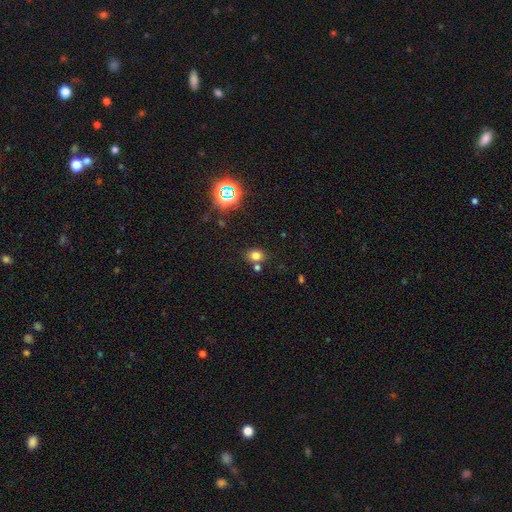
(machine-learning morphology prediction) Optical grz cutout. It shows a smooth galaxy with no disk features (74%) that is round (50%). Merging: none (70%).